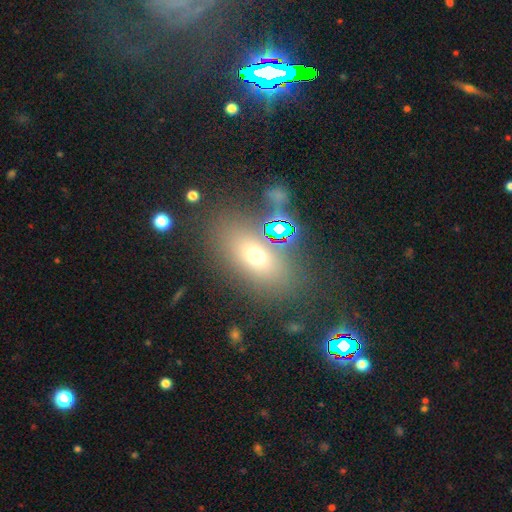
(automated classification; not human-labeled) Smooth or featured? smooth (62%)
How rounded? in between (76%)
Merging? none (74%)